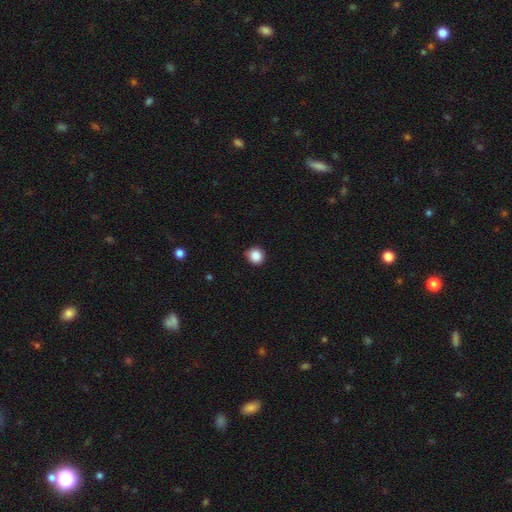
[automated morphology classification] smooth 88%, star or artifact 9%, featured or disk 3%. Down the decision tree: how rounded — round (88%); merging — none (87%).